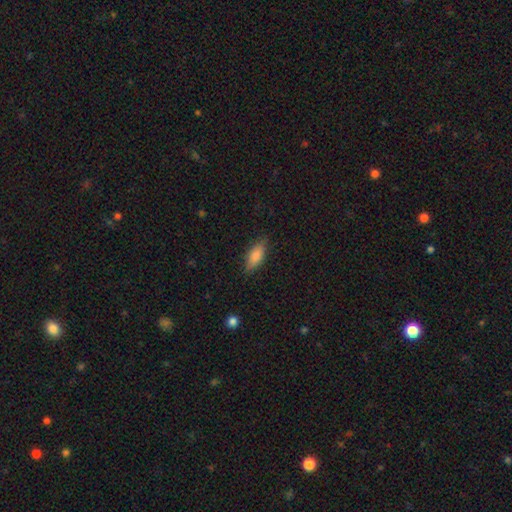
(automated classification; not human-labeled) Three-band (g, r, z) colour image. It shows a smooth galaxy with no disk features (84%) that is in between round and cigar-shaped (79%). Merging: none (81%).